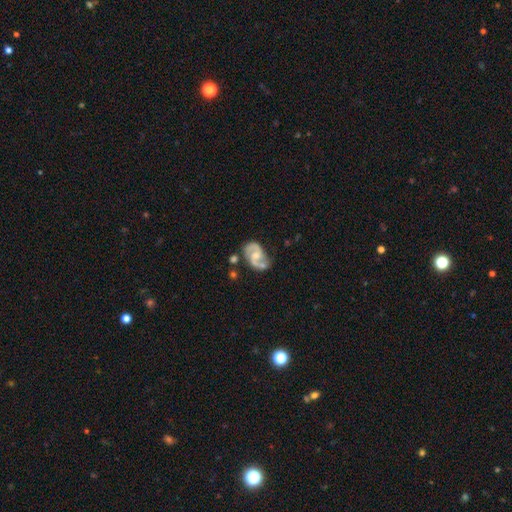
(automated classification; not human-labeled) Smooth or featured?
  - featured or disk: 86% *
  - smooth: 9%
  - star or artifact: 5%
Edge-on disk?
  - no: 98% *
  - yes: 2%
Bar?
  - no: 51% *
  - weak: 40%
  - strong: 9%
Spiral arms?
  - yes: 96% *
  - no: 4%
Spiral winding?
  - medium: 55% *
  - loose: 24%
  - tight: 21%
Spiral arm count?
  - 2: 90% *
  - can't tell: 3%
  - 1: 3%
  - 3: 1%
  - 4: 1%
  - more than 4: 1%
Bulge size?
  - moderate: 51% *
  - small: 36%
  - none: 7%
  - large: 4%
  - dominant: 1%
Merging?
  - none: 59% *
  - minor disturbance: 21%
  - merger: 11%
  - major disturbance: 9%